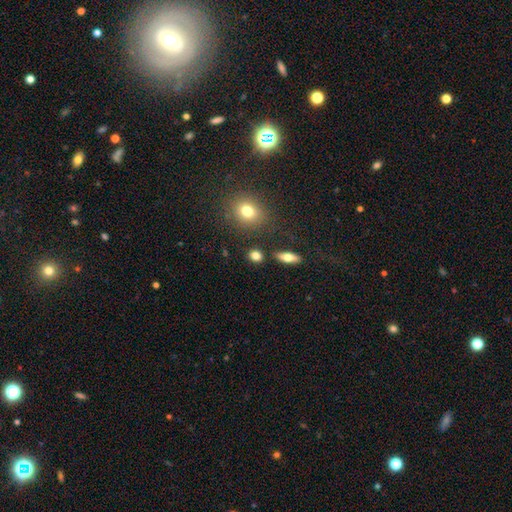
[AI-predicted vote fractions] Overall: smooth (78%). How rounded: round (62%; in between 32%). Merging: none (83%).